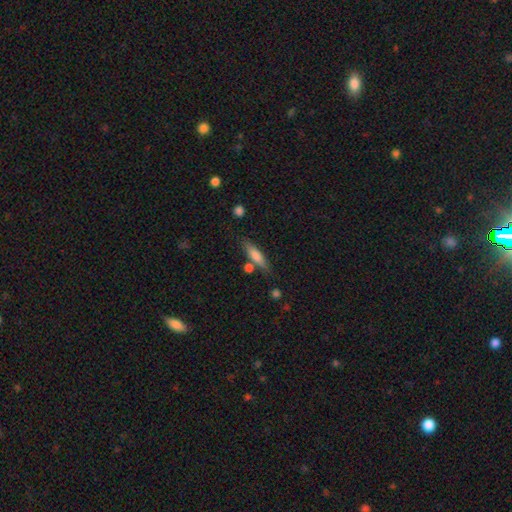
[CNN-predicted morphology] smooth 75%, featured or disk 18%, star or artifact 7%. Down the decision tree: how rounded — cigar-shaped (69%); merging — none (72%).